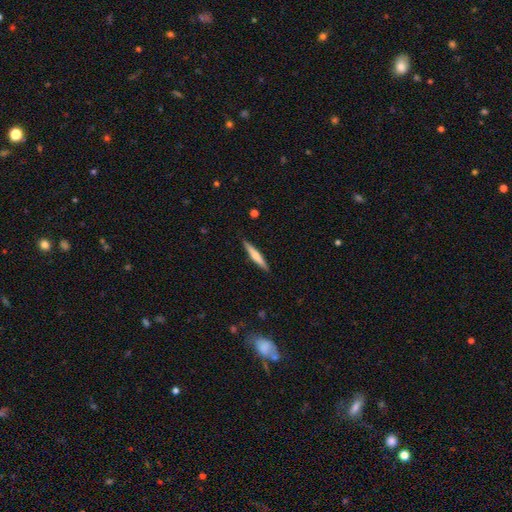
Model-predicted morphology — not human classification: This is possibly a smooth galaxy (49%). Merging: clearly none (91%).